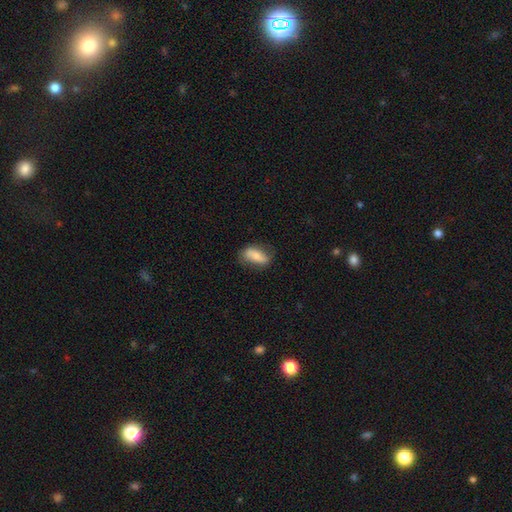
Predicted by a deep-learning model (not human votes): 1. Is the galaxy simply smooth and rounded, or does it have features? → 62% smooth, 31% featured or disk, 7% star or artifact.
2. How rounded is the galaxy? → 79% in between, 16% cigar-shaped, 5% round.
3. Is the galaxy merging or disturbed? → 72% none, 21% minor disturbance, 6% major disturbance, 2% merger.